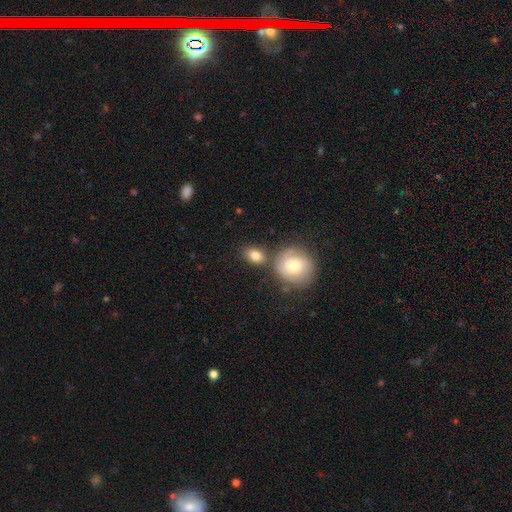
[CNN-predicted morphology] Smooth or featured? smooth (81%)
How rounded? in between (67%)
Merging? none (65%)